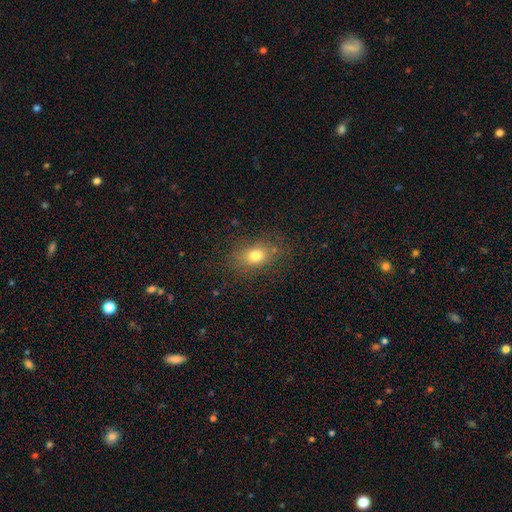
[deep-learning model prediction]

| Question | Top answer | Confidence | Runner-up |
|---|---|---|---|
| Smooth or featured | smooth | 75% | star or artifact (13%) |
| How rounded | in between | 68% | round (30%) |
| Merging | none | 79% | minor disturbance (14%) |